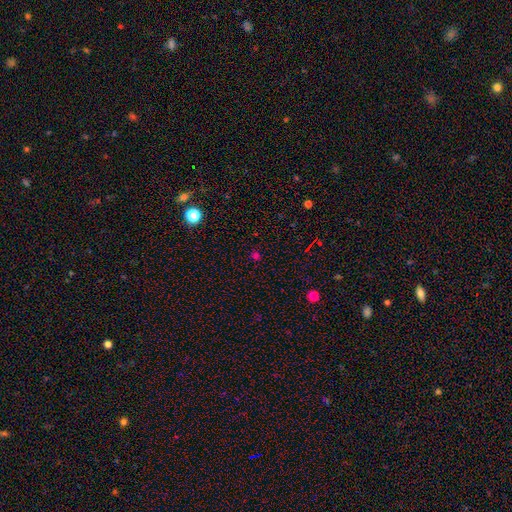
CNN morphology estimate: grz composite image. It shows a smooth galaxy with no disk features (52%) that is round (84%). Merging: none (85%).